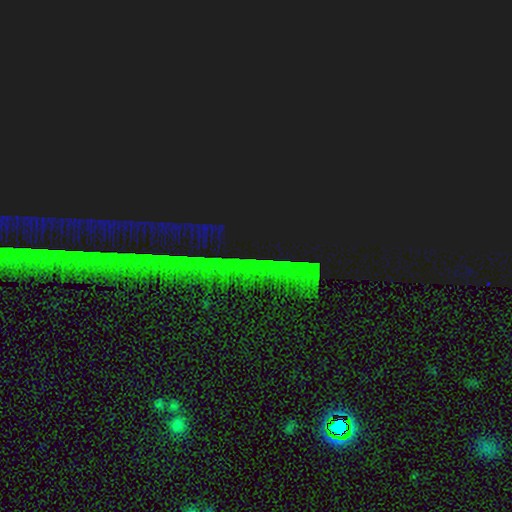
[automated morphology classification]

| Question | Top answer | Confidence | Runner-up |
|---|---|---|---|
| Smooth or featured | star or artifact | 87% | featured or disk (7%) |